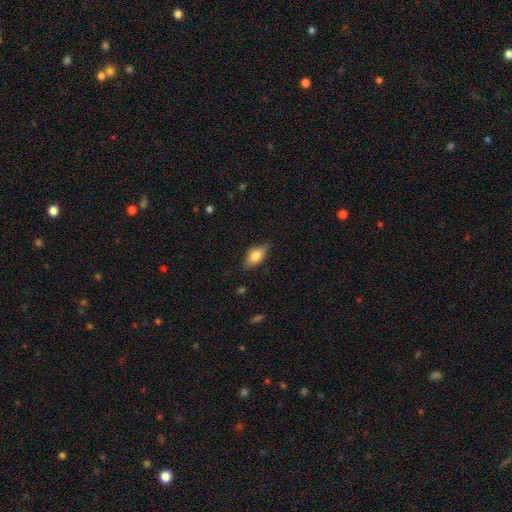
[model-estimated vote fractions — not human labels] smooth 71%, featured or disk 22%, star or artifact 7%. Down the decision tree: how rounded — in between (84%); merging — none (78%).